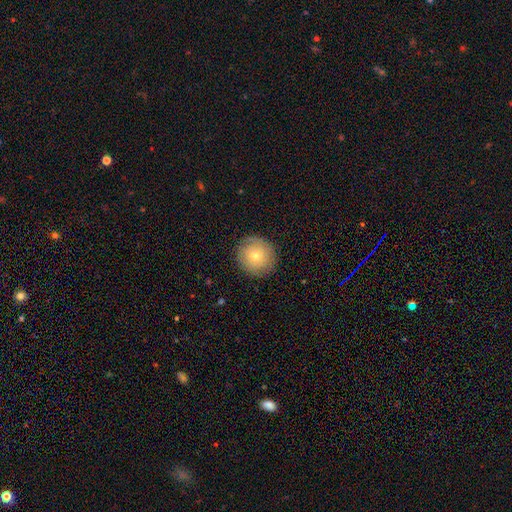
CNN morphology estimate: The model was most divided on "smooth or featured": smooth: 58%, featured or disk: 32%, star or artifact: 10%. More confident: how rounded — round (91%); merging — none (86%).